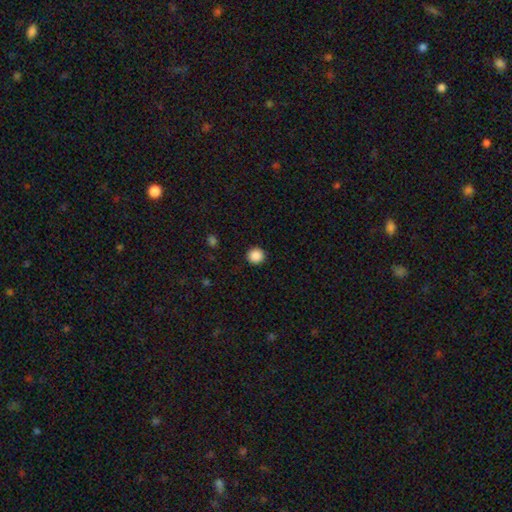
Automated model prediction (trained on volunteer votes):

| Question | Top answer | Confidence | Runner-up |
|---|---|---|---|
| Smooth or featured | smooth | 88% | star or artifact (10%) |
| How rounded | round | 94% | in between (5%) |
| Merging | none | 92% | minor disturbance (5%) |